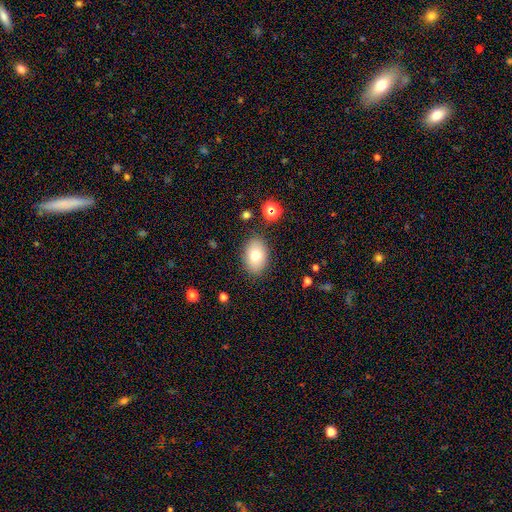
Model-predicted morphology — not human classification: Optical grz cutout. It shows a smooth galaxy with no disk features (77%) that is in between round and cigar-shaped (84%). Merging: none (85%).